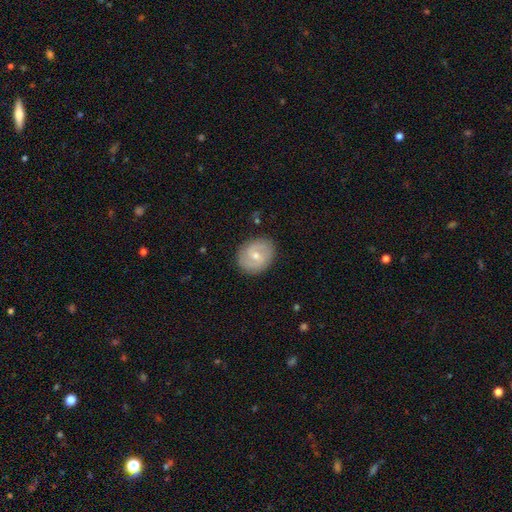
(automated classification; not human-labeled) A featured or disk galaxy (61%) with a weak bar (52%), spiral arms (81%) and a moderate central bulge (51%).

Vote fractions:
- Smooth or featured? featured or disk: 61% / smooth: 33% / star or artifact: 6%
- Edge-on disk? no: 97% / yes: 3%
- Bar? weak: 52% / no: 37% / strong: 11%
- Spiral arms? yes: 81% / no: 19%
- Bulge size? moderate: 51% / small: 46% / large: 1% / none: 1% / dominant: 1%
- Merging? none: 85% / minor disturbance: 11% / major disturbance: 3% / merger: 1%